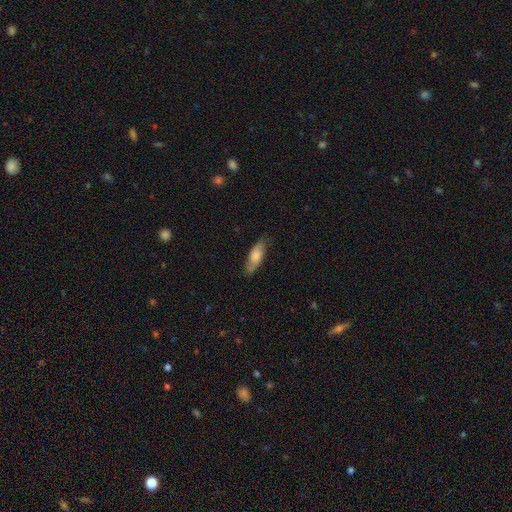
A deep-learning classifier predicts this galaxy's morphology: Smooth or featured: smooth — 69% (featured or disk — 25%)
How rounded: in between — 64% (cigar-shaped — 34%)
Merging: none — 74% (minor disturbance — 20%)